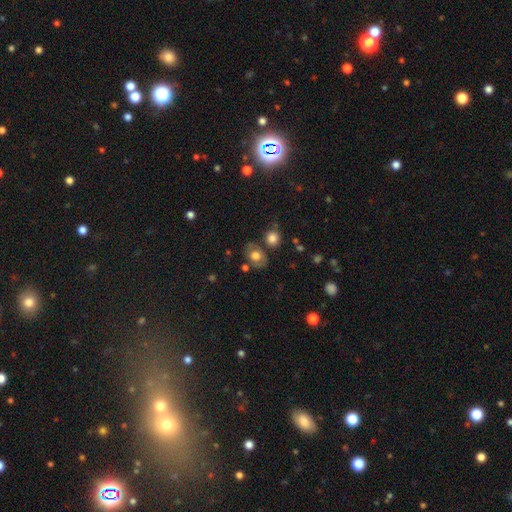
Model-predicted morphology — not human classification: Smooth or featured? smooth (66%)
How rounded? in between (60%)
Merging? none (66%)